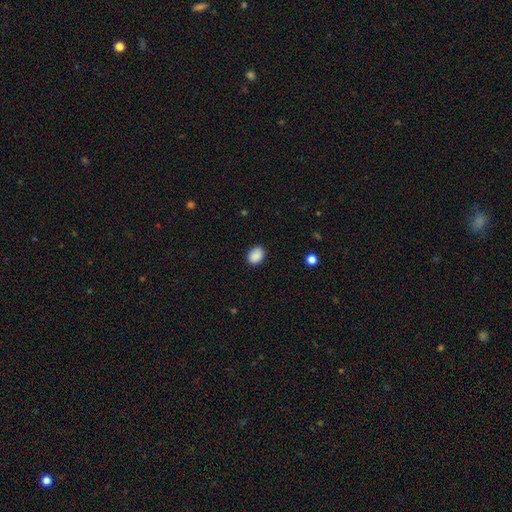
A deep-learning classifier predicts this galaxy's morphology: The model was most divided on "how rounded": in between: 64%, round: 35%, cigar-shaped: 1%. More confident: smooth or featured — smooth (89%); merging — none (84%).